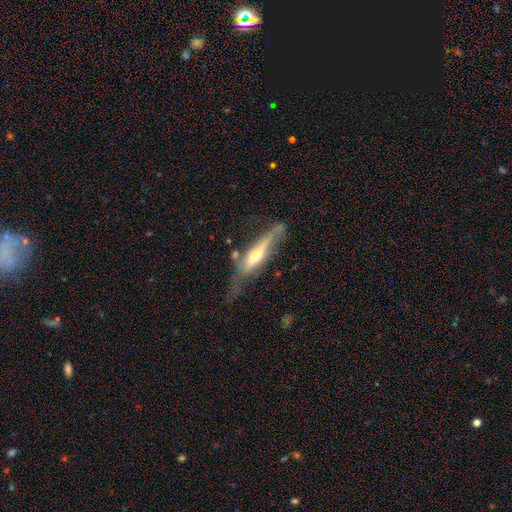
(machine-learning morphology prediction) This is likely a featured or disk galaxy (68%). It is clearly viewed edge-on (84%). Edge-on bulge: likely rounded (80%). Merging: possibly none (49%).